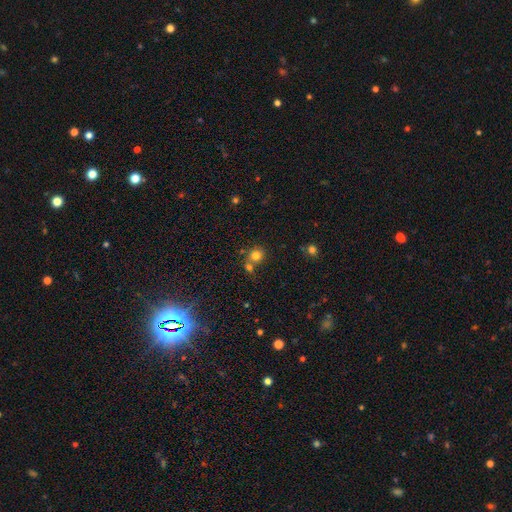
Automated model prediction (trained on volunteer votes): A smooth galaxy with no disk features (78%) that is round (86%). Merging: none (57%).